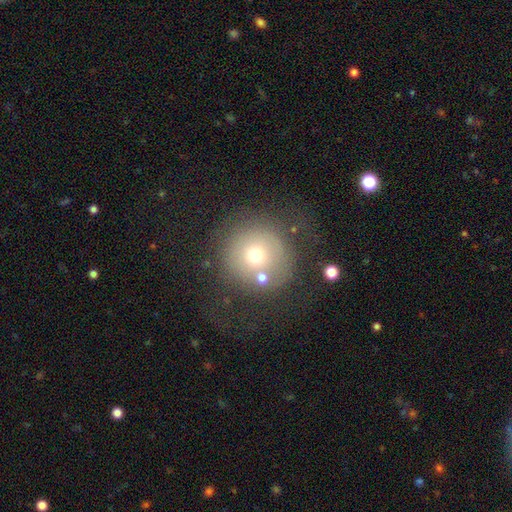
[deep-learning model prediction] Smooth or featured? smooth (65%)
How rounded? round (94%)
Merging? none (65%)